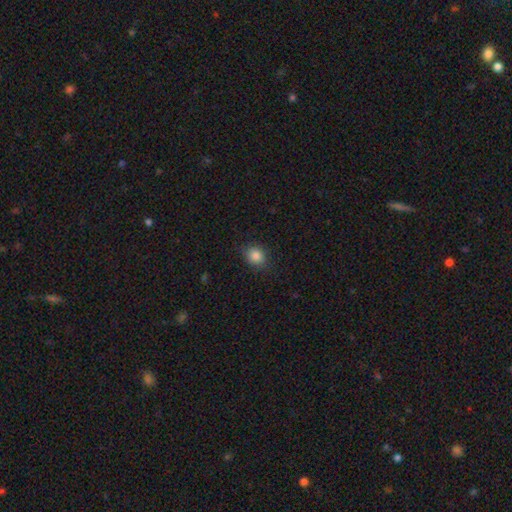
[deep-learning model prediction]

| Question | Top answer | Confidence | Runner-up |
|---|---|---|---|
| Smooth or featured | smooth | 85% | star or artifact (10%) |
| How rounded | round | 64% | in between (35%) |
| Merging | none | 83% | minor disturbance (13%) |